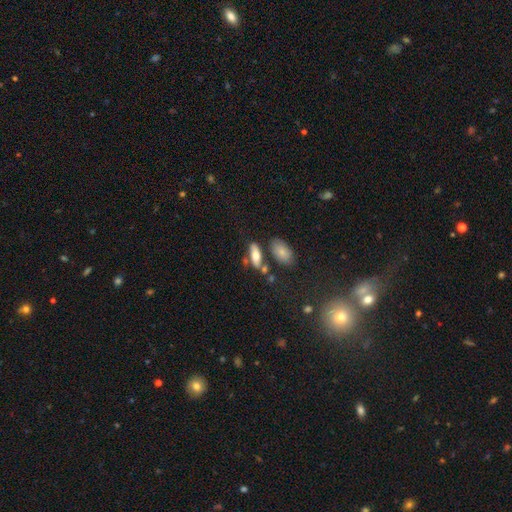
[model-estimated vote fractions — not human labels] smooth_or_featured: smooth (p=0.69) [alt: featured or disk p=0.23]
how_rounded: in between (p=0.74) [alt: cigar-shaped p=0.22]
merging: none (p=0.57) [alt: merger p=0.18]